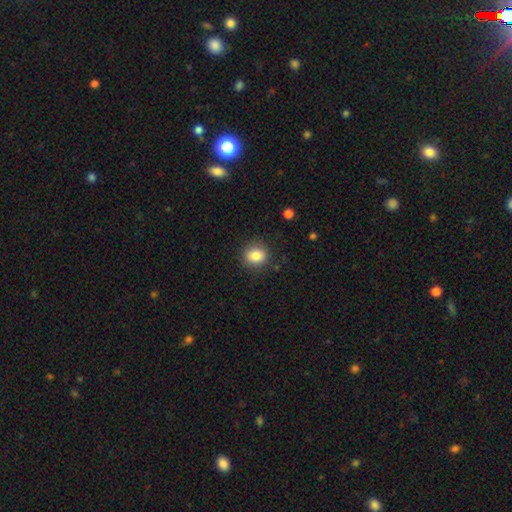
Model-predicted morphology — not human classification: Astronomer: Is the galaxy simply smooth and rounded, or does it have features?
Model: smooth — 84%.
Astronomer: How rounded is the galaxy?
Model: round — 68%.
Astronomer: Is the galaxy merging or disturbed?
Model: none — 86%.